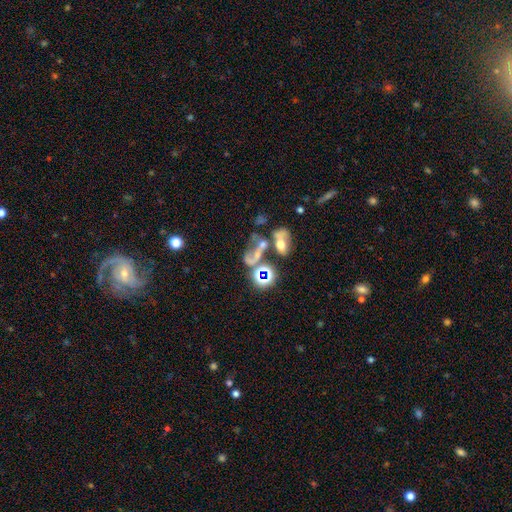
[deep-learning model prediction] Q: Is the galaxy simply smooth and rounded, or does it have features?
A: featured or disk — 37%.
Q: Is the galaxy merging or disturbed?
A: merger — 51%.